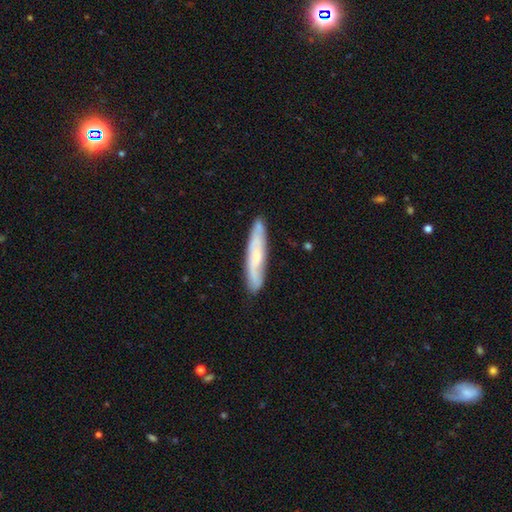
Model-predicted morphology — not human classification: This appears to be a featured or disk galaxy (53%) viewed edge-on (56%). Merging: none (82%).